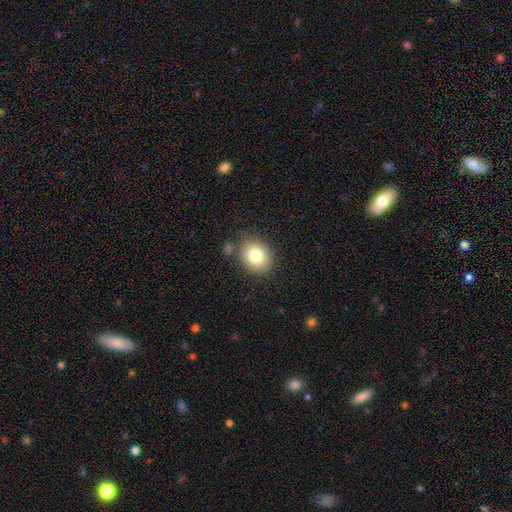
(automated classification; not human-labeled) The model was most divided on "how rounded": round: 64%, in between: 36%, cigar-shaped: 1%. More confident: smooth or featured — smooth (79%); merging — none (79%).